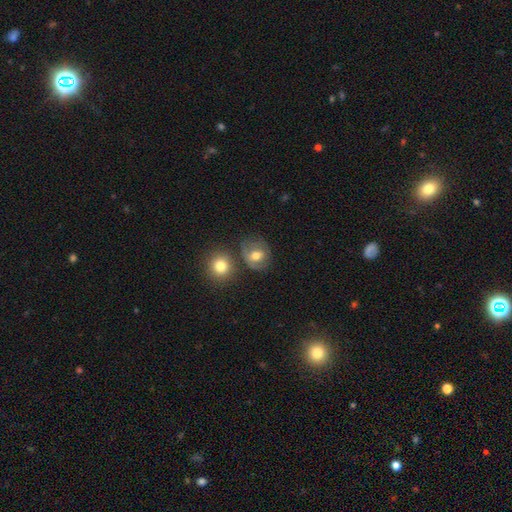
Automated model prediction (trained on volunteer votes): Smooth or featured?
  - smooth: 59% *
  - featured or disk: 31%
  - star or artifact: 10%
How rounded?
  - round: 65% *
  - in between: 34%
  - cigar-shaped: 1%
Merging?
  - none: 59% *
  - minor disturbance: 20%
  - merger: 11%
  - major disturbance: 10%